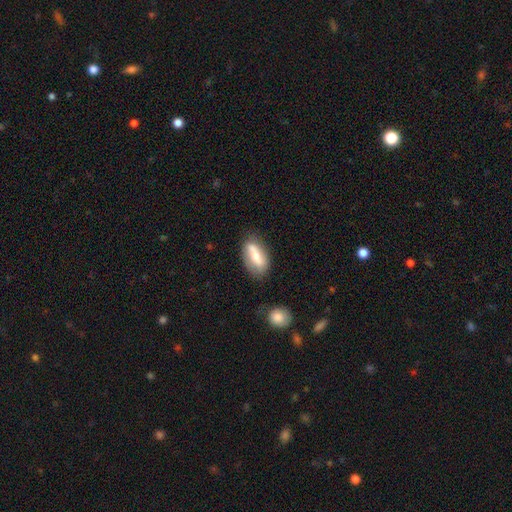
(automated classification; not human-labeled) This appears to be a smooth galaxy with no disk features (54%) that is in between round and cigar-shaped (81%). Merging: none (74%).